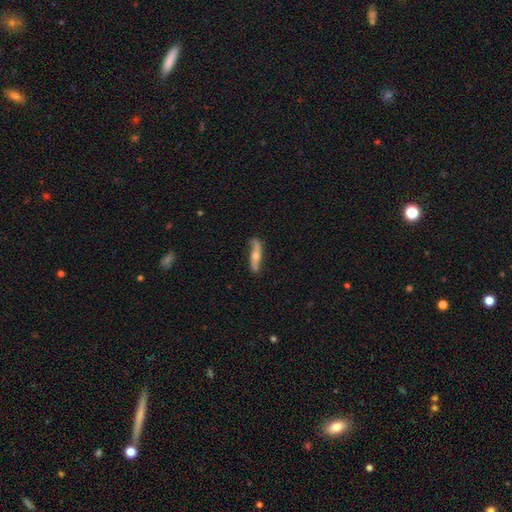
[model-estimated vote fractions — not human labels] smooth_or_featured: featured or disk (p=0.59) [alt: smooth p=0.35]
disk_edge_on: yes (p=0.52) [alt: no p=0.48]
merging: none (p=0.73) [alt: minor disturbance p=0.20]